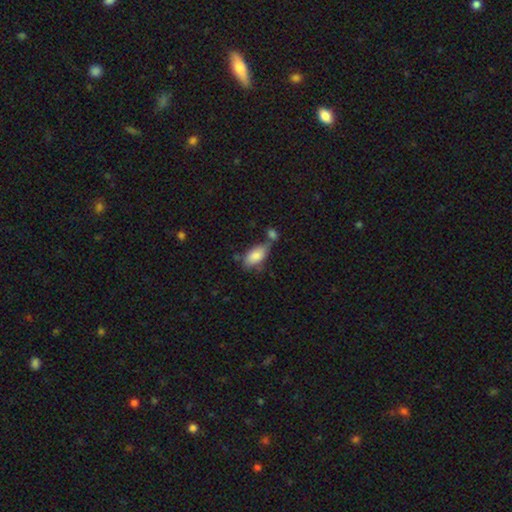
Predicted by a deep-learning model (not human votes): Smooth or featured?
  - smooth: 83% *
  - featured or disk: 11%
  - star or artifact: 7%
How rounded?
  - in between: 91% *
  - cigar-shaped: 6%
  - round: 3%
Merging?
  - none: 48% *
  - merger: 25%
  - minor disturbance: 20%
  - major disturbance: 7%